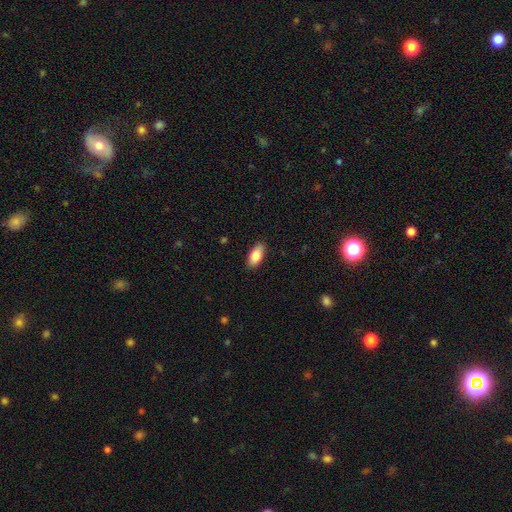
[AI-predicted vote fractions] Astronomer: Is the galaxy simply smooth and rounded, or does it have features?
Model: smooth — 85%.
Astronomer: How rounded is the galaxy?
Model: in between — 89%.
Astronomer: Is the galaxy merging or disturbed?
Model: none — 87%.